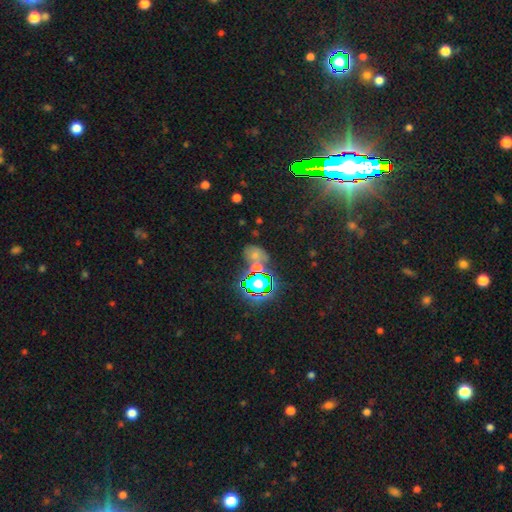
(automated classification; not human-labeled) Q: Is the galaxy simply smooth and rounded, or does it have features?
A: star or artifact — 43%, tied with smooth.